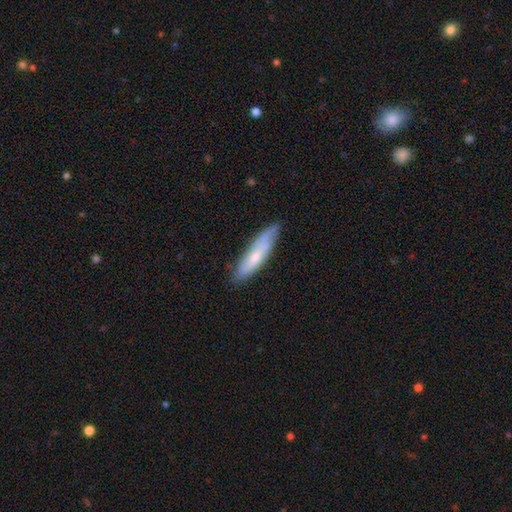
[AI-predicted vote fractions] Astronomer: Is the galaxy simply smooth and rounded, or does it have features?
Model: smooth — 57% (runner-up: featured or disk, 37%).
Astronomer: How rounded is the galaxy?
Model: cigar-shaped — 71%.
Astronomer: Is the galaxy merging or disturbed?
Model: none — 70%.